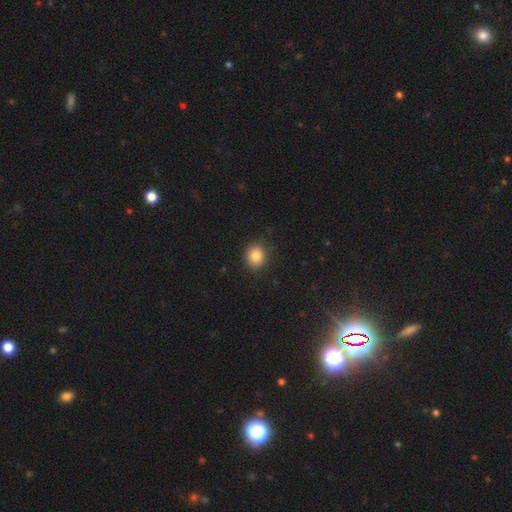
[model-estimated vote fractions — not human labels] Q: Smooth or featured?
A: smooth (85%); runner-up: star or artifact (10%)
Q: How rounded?
A: round (64%); runner-up: in between (35%)
Q: Merging?
A: none (86%); runner-up: minor disturbance (10%)